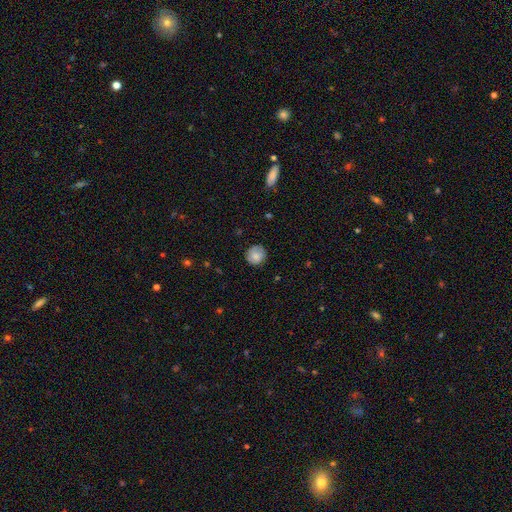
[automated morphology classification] This is likely a smooth galaxy (80%). How rounded: clearly round (89%). Merging: clearly none (81%).